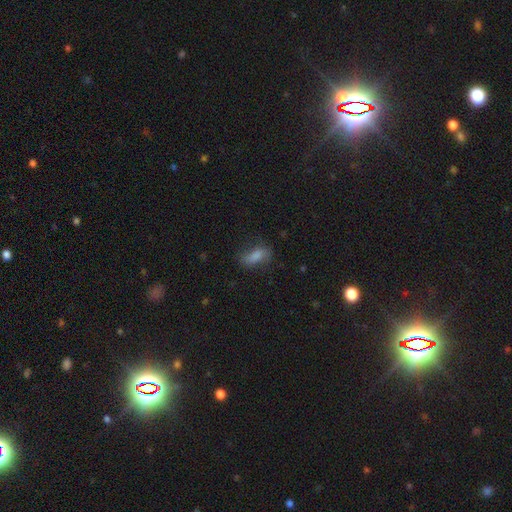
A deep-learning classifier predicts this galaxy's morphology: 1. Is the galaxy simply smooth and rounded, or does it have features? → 66% smooth, 19% featured or disk, 15% star or artifact.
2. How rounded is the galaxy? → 73% in between, 20% cigar-shaped, 6% round.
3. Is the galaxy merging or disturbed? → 67% none, 22% minor disturbance, 9% major disturbance, 2% merger.